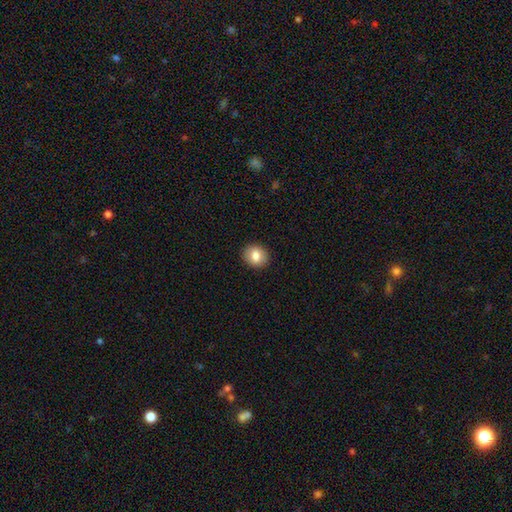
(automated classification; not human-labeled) Morphology: type=smooth (82%); roundness=round (70%); merging=none (91%).